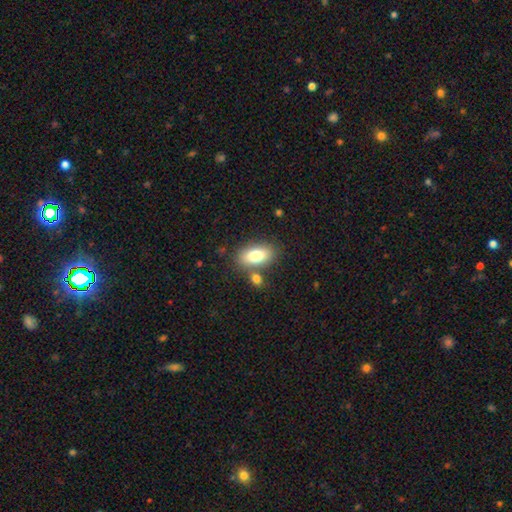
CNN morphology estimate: smooth-or-featured: smooth: 78% | featured or disk: 14% | star or artifact: 7%
  how-rounded: in between: 90% | round: 6% | cigar-shaped: 4%
  merging: none: 71% | merger: 14% | minor disturbance: 12% | major disturbance: 3%